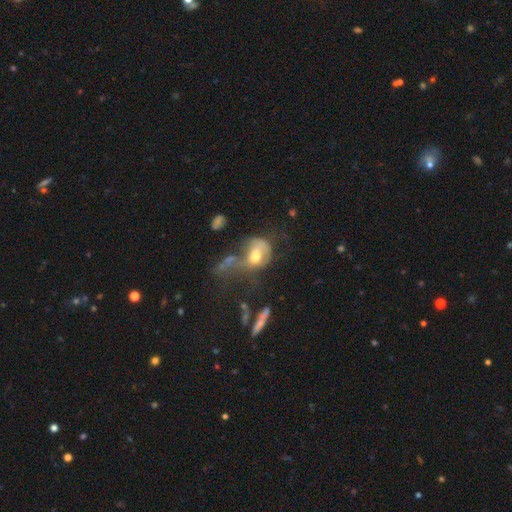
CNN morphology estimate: type=smooth (55%); roundness=in between (56%); merging=major disturbance (49%).